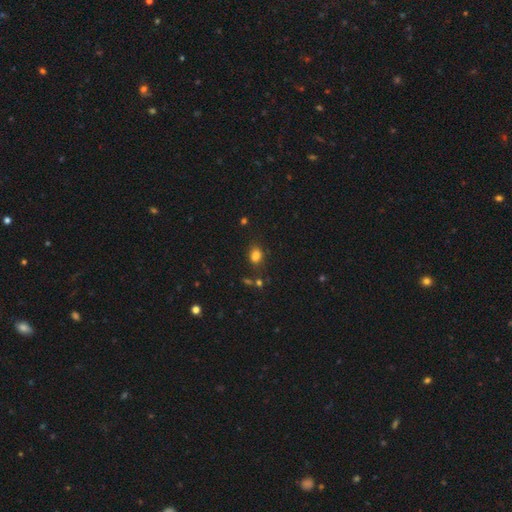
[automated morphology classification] Smooth or featured: smooth — 80% (star or artifact — 15%)
How rounded: in between — 68% (round — 30%)
Merging: none — 73% (minor disturbance — 16%)